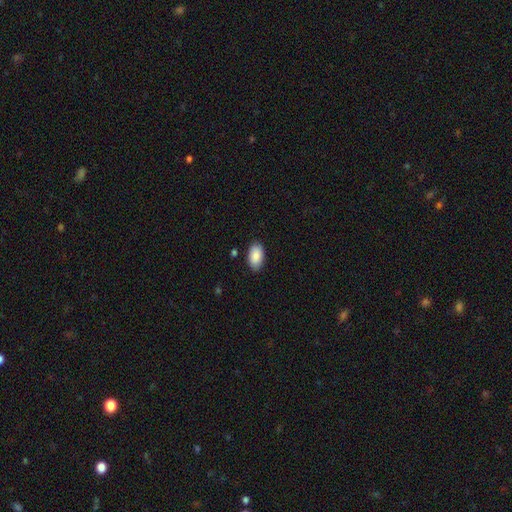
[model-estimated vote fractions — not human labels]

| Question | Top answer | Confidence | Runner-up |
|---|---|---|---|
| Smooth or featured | smooth | 88% | star or artifact (6%) |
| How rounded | in between | 95% | round (4%) |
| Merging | none | 86% | minor disturbance (10%) |